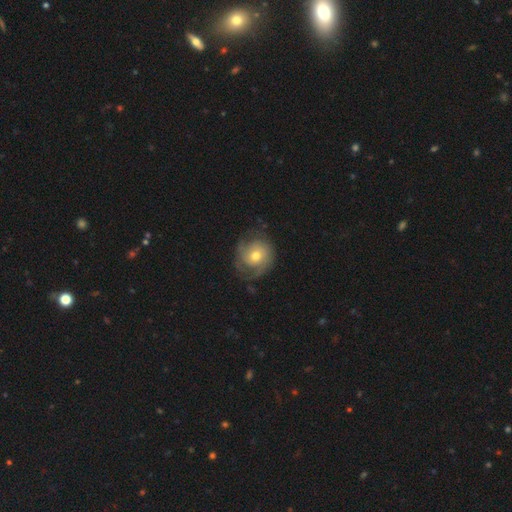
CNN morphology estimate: Q: Smooth or featured?
A: featured or disk (61%); runner-up: smooth (32%)
Q: Edge-on disk?
A: no (97%); runner-up: yes (3%)
Q: Bar?
A: no (78%); runner-up: weak (19%)
Q: Spiral arms?
A: yes (83%); runner-up: no (17%)
Q: Bulge size?
A: moderate (70%); runner-up: small (21%)
Q: Merging?
A: none (62%); runner-up: minor disturbance (23%)